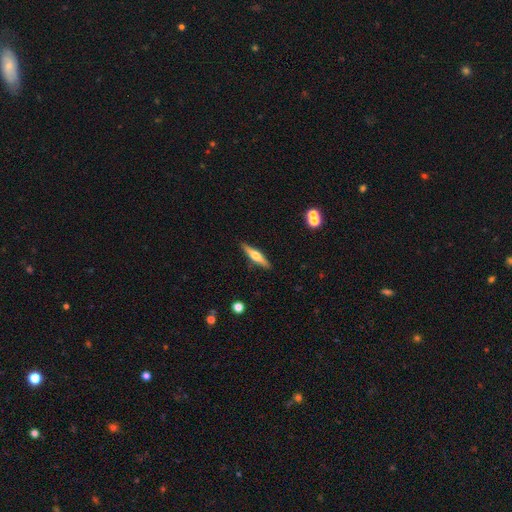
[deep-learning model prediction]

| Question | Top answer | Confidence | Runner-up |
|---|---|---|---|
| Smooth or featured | featured or disk | 57% | smooth (37%) |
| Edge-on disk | yes | 96% | no (4%) |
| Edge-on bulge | rounded | 89% | boxy (8%) |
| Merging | none | 89% | minor disturbance (7%) |